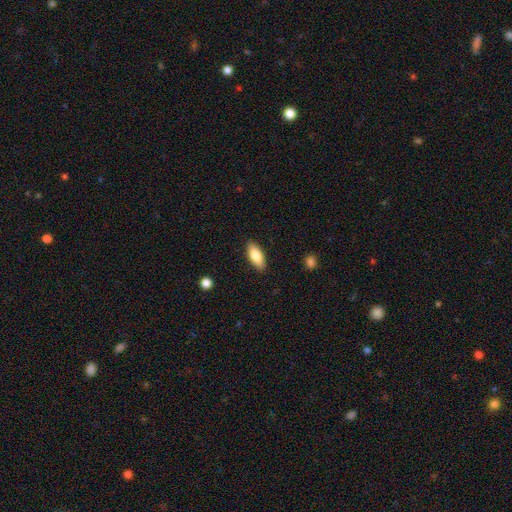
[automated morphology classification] Smooth or featured? Predicted: smooth (p=0.80). How rounded? Predicted: in between (p=0.80). Merging? Predicted: none (p=0.88).